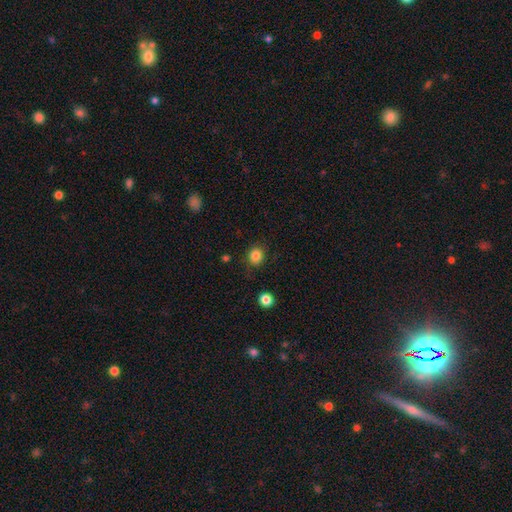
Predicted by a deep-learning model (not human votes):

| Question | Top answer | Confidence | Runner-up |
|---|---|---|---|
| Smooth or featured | smooth | 84% | star or artifact (11%) |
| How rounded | round | 80% | in between (19%) |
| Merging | none | 85% | minor disturbance (11%) |